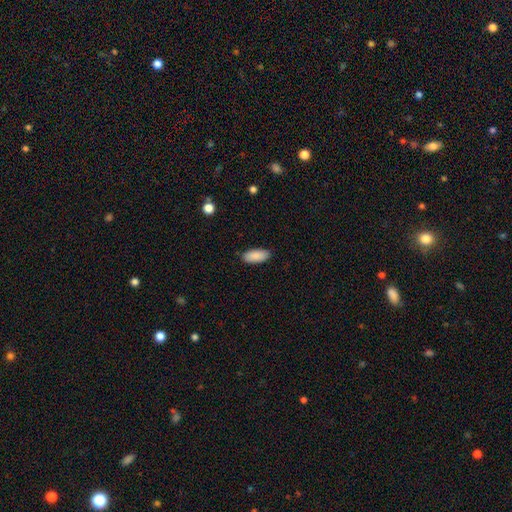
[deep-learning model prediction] Morphology: type=smooth (89%); roundness=in between (88%); merging=none (87%).